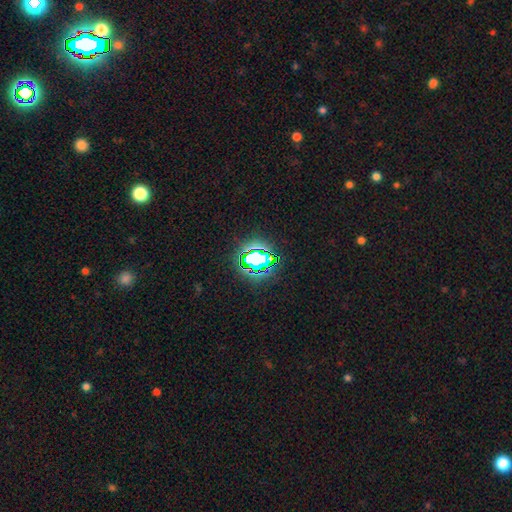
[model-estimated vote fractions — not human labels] A star or artifact, not a galaxy (66%).